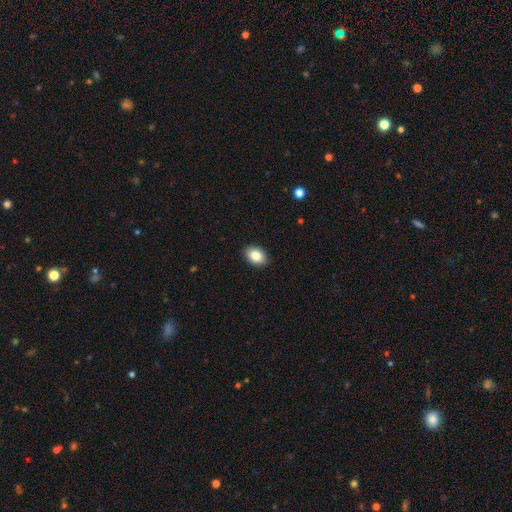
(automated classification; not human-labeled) Smooth or featured: smooth — 86% (star or artifact — 8%)
How rounded: in between — 79% (round — 20%)
Merging: none — 90% (minor disturbance — 7%)